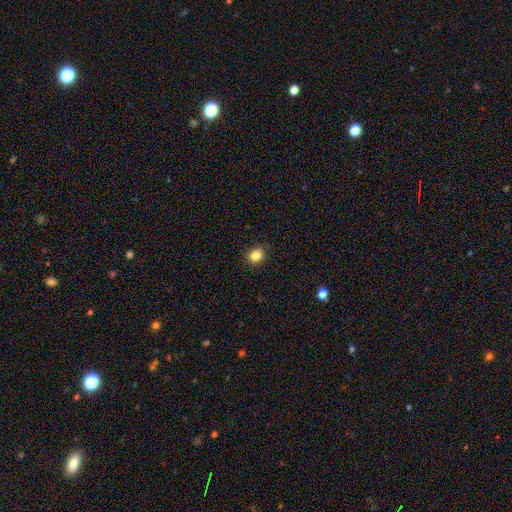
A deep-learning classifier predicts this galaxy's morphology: smooth-or-featured: smooth: 84% | star or artifact: 11% | featured or disk: 5%
  how-rounded: round: 64% | in between: 35% | cigar-shaped: 1%
  merging: none: 86% | minor disturbance: 10% | major disturbance: 2% | merger: 1%